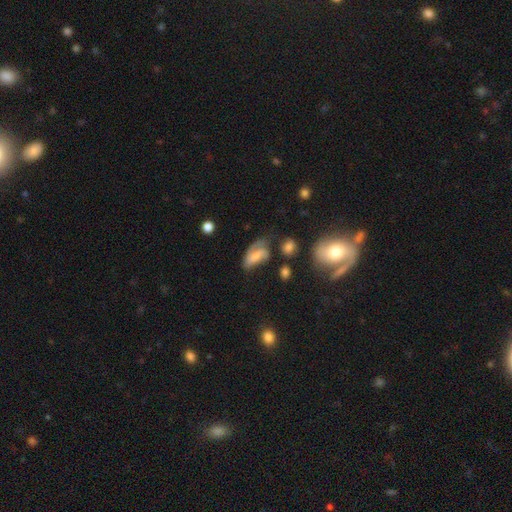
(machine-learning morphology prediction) type=featured or disk (49%); merging=none (34%).